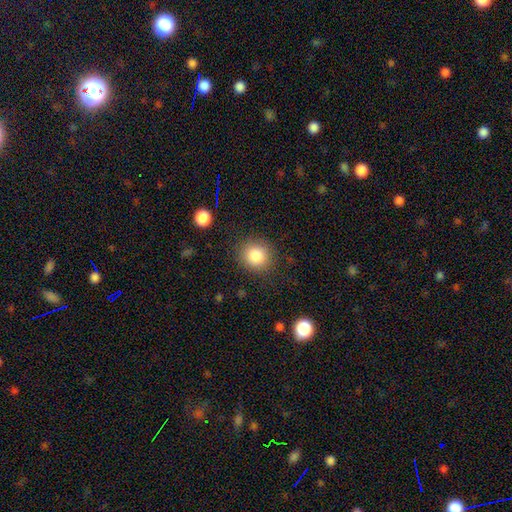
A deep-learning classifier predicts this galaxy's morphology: Q: Smooth or featured?
A: smooth (84%); runner-up: star or artifact (10%)
Q: How rounded?
A: round (87%); runner-up: in between (12%)
Q: Merging?
A: none (87%); runner-up: minor disturbance (9%)